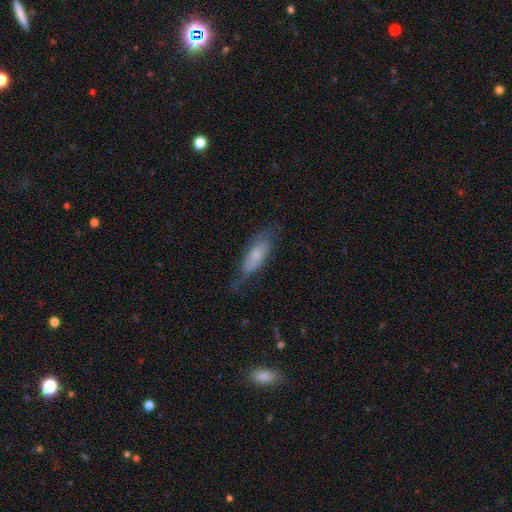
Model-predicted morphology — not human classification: Smooth or featured?
  - smooth: 53% *
  - featured or disk: 39%
  - star or artifact: 8%
How rounded?
  - in between: 60% *
  - cigar-shaped: 37%
  - round: 2%
Merging?
  - none: 49% *
  - minor disturbance: 32%
  - major disturbance: 17%
  - merger: 2%